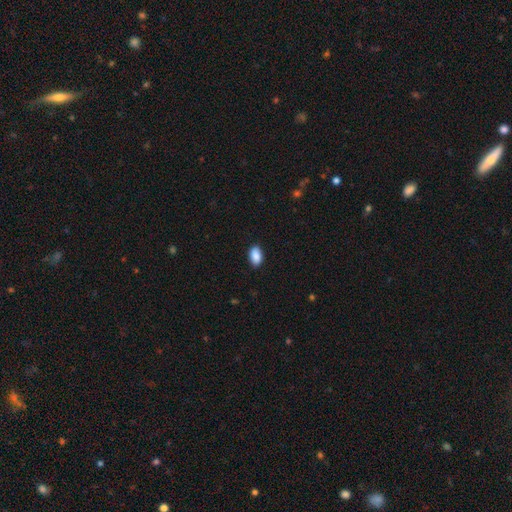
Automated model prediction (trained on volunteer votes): Overall: smooth (90%). How rounded: in between (92%). Merging: none (87%).